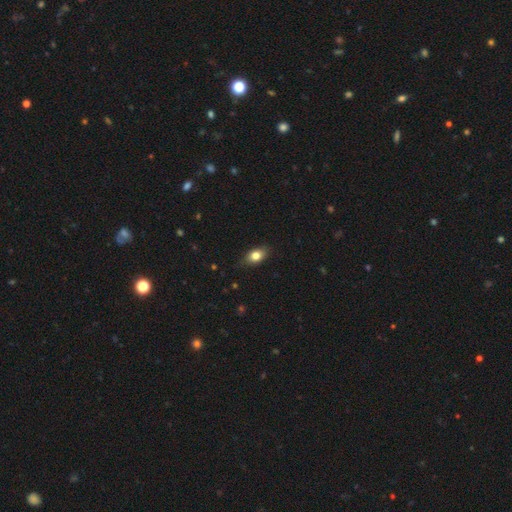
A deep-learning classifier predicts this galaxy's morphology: Smooth or featured?
  - smooth: 79% *
  - featured or disk: 12%
  - star or artifact: 9%
How rounded?
  - in between: 80% *
  - round: 16%
  - cigar-shaped: 4%
Merging?
  - none: 82% *
  - minor disturbance: 14%
  - major disturbance: 3%
  - merger: 1%